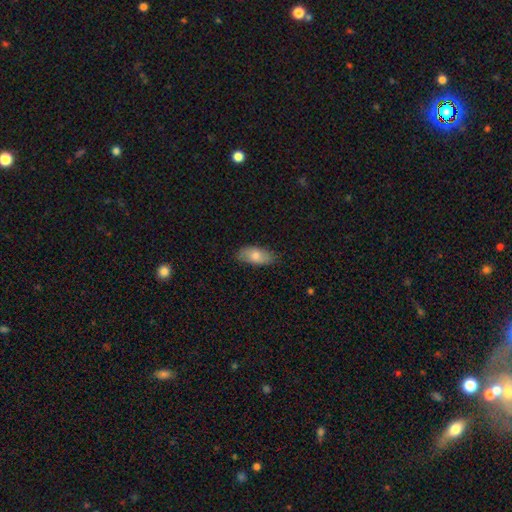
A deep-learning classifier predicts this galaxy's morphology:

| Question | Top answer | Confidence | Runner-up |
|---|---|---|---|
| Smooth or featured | smooth | 76% | featured or disk (18%) |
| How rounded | in between | 90% | cigar-shaped (7%) |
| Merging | none | 82% | minor disturbance (14%) |